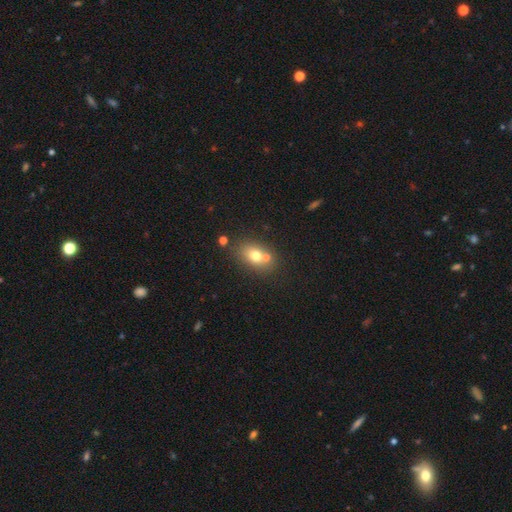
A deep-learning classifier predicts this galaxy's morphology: type=smooth (70%); roundness=in between (67%); merging=none (58%).